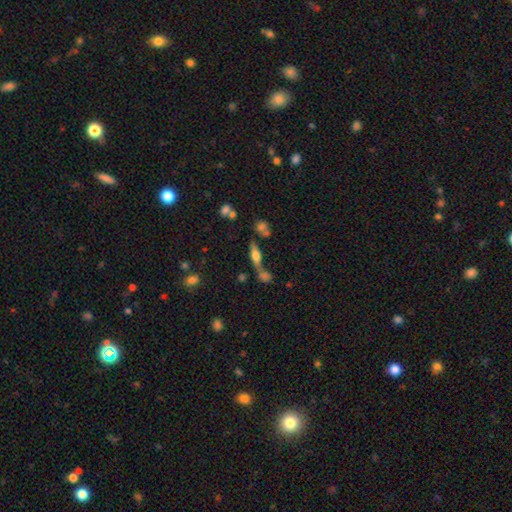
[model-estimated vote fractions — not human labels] Overall: featured or disk (48%; smooth 42%). Merging: none (55%; merger 26%).